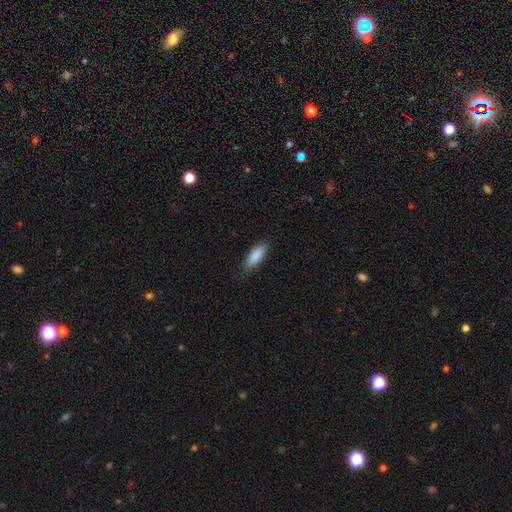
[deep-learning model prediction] Smooth or featured: smooth — 89% (star or artifact — 6%)
How rounded: in between — 72% (cigar-shaped — 26%)
Merging: none — 86% (minor disturbance — 11%)